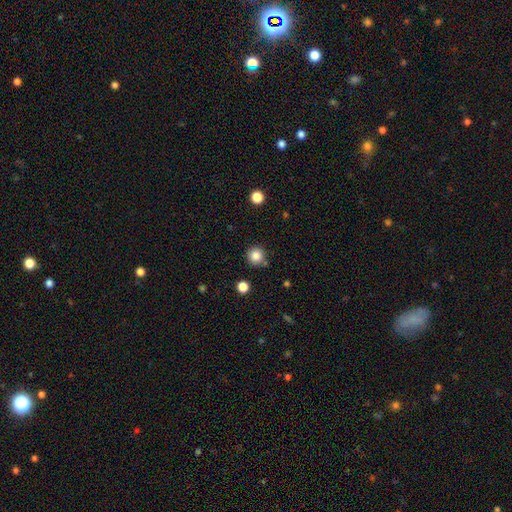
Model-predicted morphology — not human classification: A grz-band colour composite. It shows a smooth galaxy with no disk features (84%) that is round (95%). Merging: none (84%).